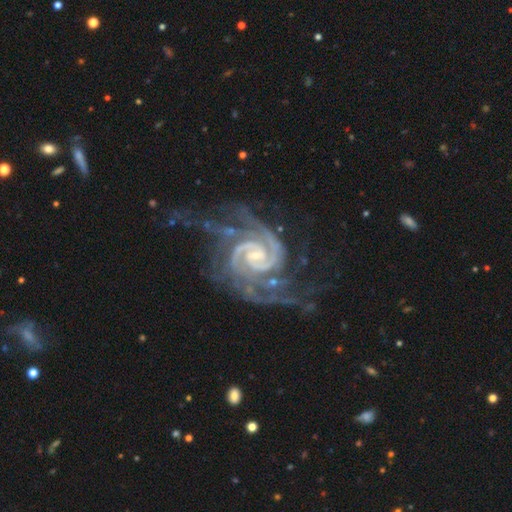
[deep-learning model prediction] Morphology: type=featured or disk (94%); edge-on=no (98%); bar=weak (43%); spiral arms=yes (99%); winding=tight (58%); arm count=2 (71%); bulge=small (66%); merging=none (50%).